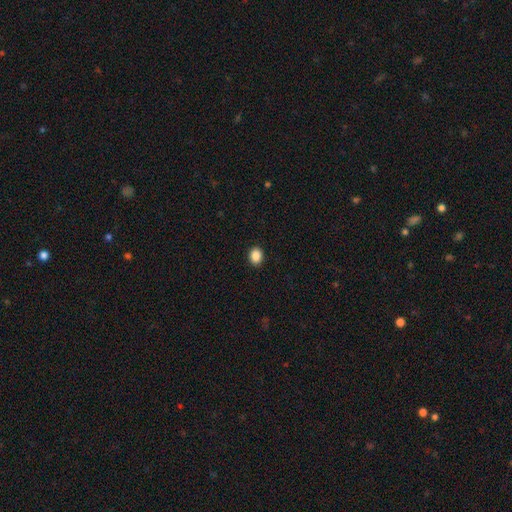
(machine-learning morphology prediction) smooth_or_featured: smooth (p=0.89) [alt: star or artifact p=0.09]
how_rounded: in between (p=0.51) [alt: round p=0.48]
merging: none (p=0.92) [alt: minor disturbance p=0.06]